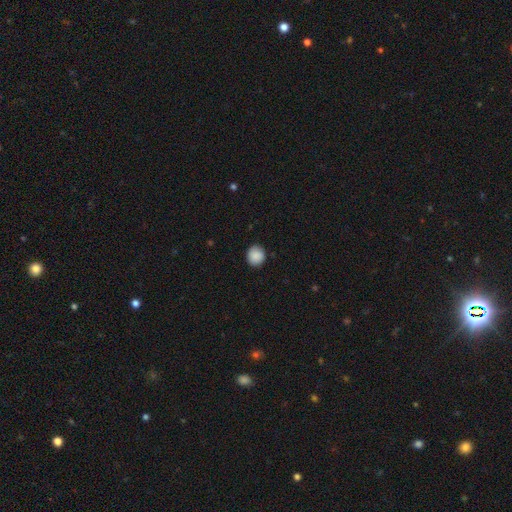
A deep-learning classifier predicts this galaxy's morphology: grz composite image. It shows a smooth galaxy with no disk features (89%) that is round (80%). Merging: none (86%).